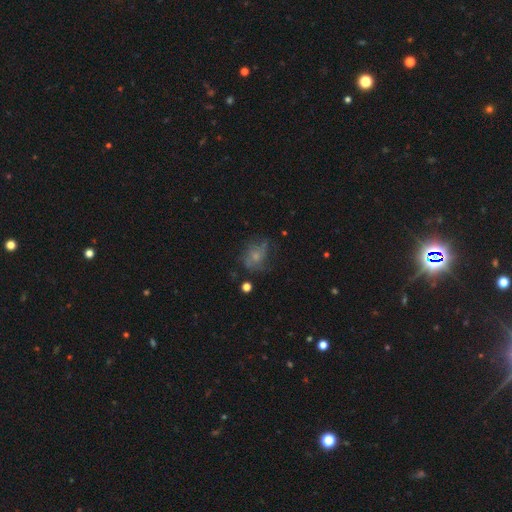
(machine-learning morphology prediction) Overall: smooth (43%; featured or disk 42%). Merging: none (50%; minor disturbance 25%).